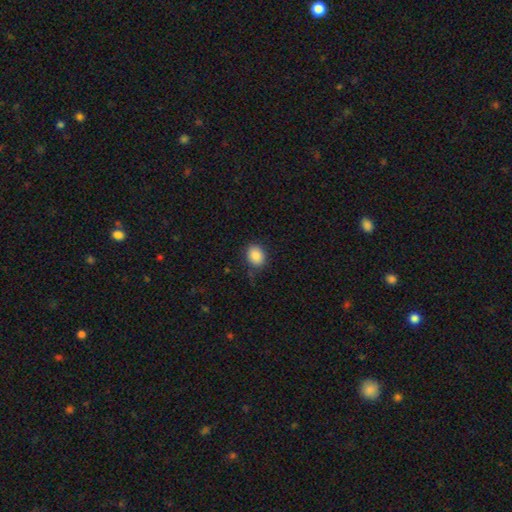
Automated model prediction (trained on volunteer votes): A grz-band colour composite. It shows a smooth galaxy with no disk features (88%) that is in between round and cigar-shaped (55%). Merging: none (81%).